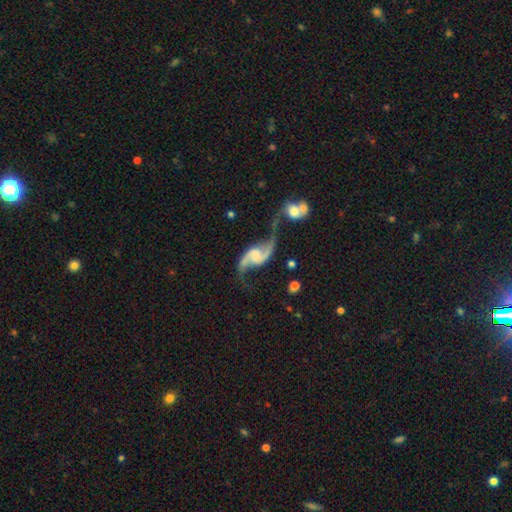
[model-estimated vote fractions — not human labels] This is clearly a featured or disk galaxy (91%). It is clearly not viewed edge-on (97%). Bar: marginally no (44%). Spiral arm pattern: clearly yes (97%). Spiral arm count: clearly 2 (94%). Spiral winding: clearly loose (83%). Central bulge: marginally none (43%). Merging: possibly none (47%).